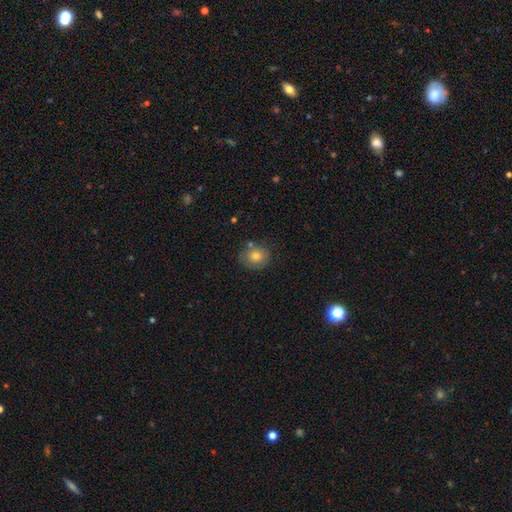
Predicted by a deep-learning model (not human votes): Morphology: type=smooth (76%); roundness=round (68%); merging=none (74%).